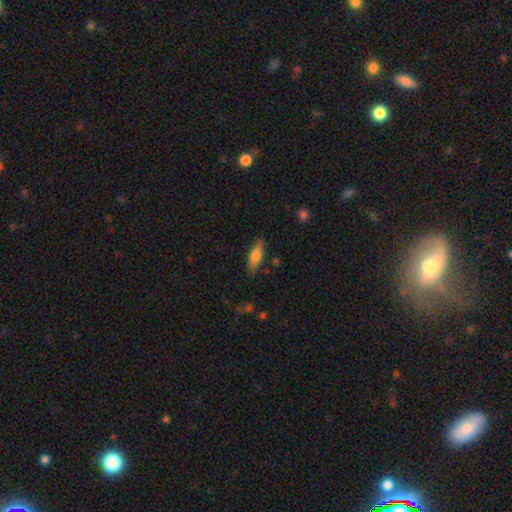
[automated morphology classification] smooth_or_featured: smooth (p=0.72) [alt: featured or disk p=0.21]
how_rounded: in between (p=0.54) [alt: cigar-shaped p=0.44]
merging: none (p=0.82) [alt: minor disturbance p=0.13]